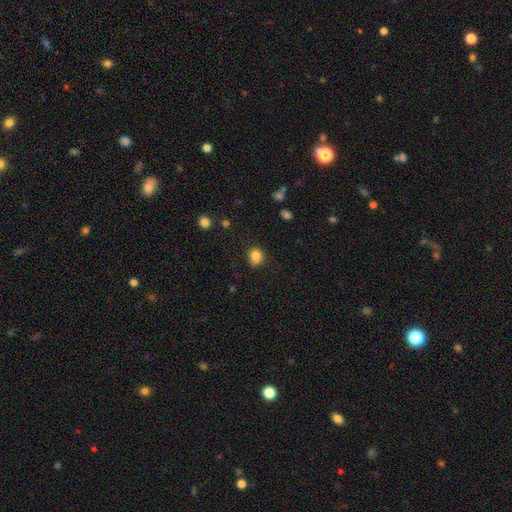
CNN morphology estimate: smooth_or_featured: smooth (p=0.83) [alt: star or artifact p=0.11]
how_rounded: round (p=0.71) [alt: in between p=0.28]
merging: none (p=0.65) [alt: minor disturbance p=0.26]